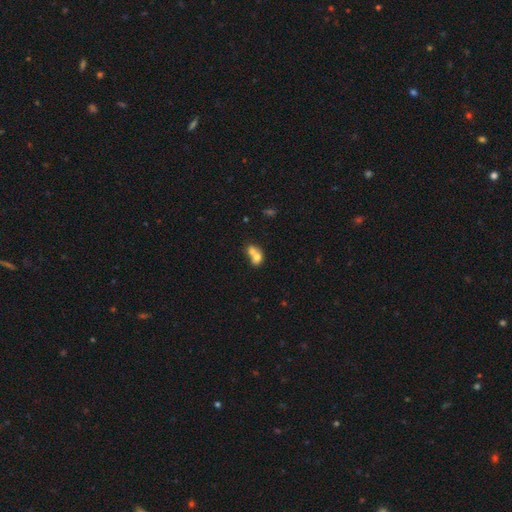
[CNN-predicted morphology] smooth-or-featured: smooth: 68% | featured or disk: 22% | star or artifact: 10%
  how-rounded: round: 51% | in between: 48% | cigar-shaped: 1%
  merging: merger: 74% | none: 17% | minor disturbance: 5% | major disturbance: 3%